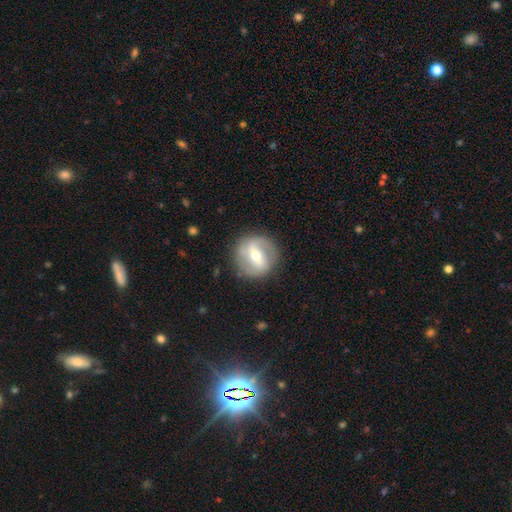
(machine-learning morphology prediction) A featured or disk galaxy (69%) with a strong bar (47%), spiral arms (70%) and a moderate central bulge (60%). Merging: none (84%).